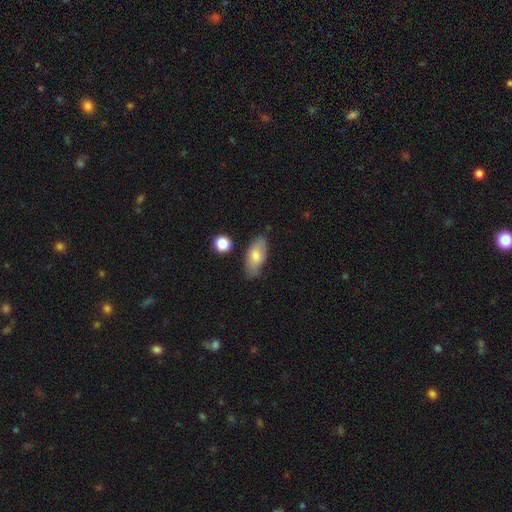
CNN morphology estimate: This appears to be a smooth galaxy with no disk features (73%) that is in between round and cigar-shaped (88%). Merging: none (72%).